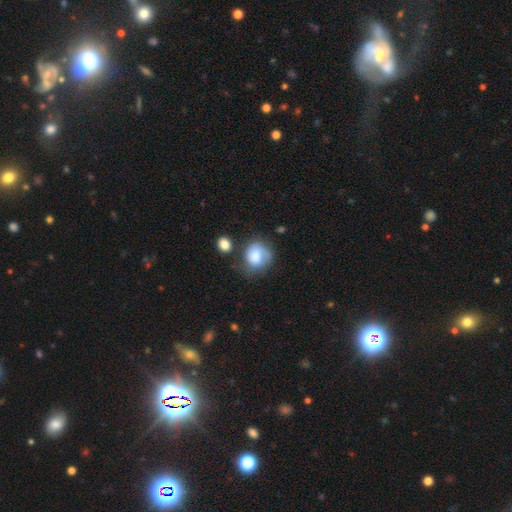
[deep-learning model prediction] A smooth galaxy with no disk features (74%) that is round (68%). Merging: none (46%).